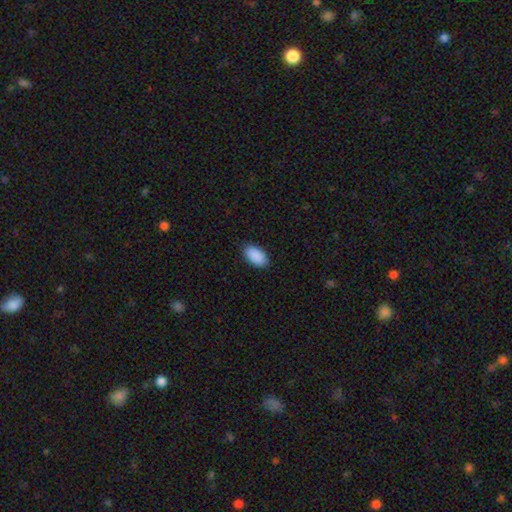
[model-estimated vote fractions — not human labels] smooth-or-featured: smooth: 91% | star or artifact: 6% | featured or disk: 3%
  how-rounded: in between: 95% | round: 3% | cigar-shaped: 2%
  merging: none: 87% | minor disturbance: 10% | major disturbance: 2% | merger: 1%